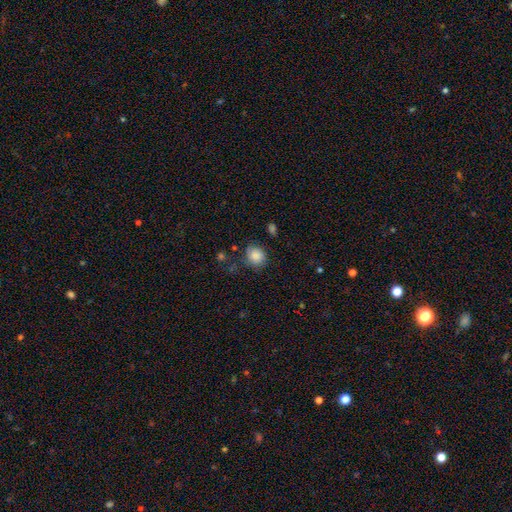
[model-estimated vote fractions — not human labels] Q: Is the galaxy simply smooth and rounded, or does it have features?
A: smooth — 84%.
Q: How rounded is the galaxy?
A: round — 73%.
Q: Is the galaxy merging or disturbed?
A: none — 70%.